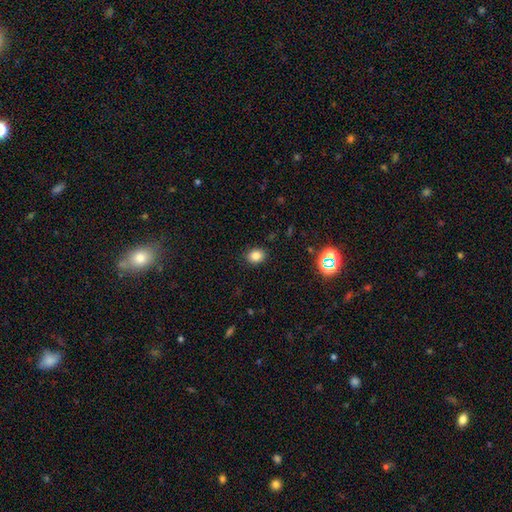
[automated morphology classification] type=smooth (82%); roundness=round (55%); merging=none (88%).